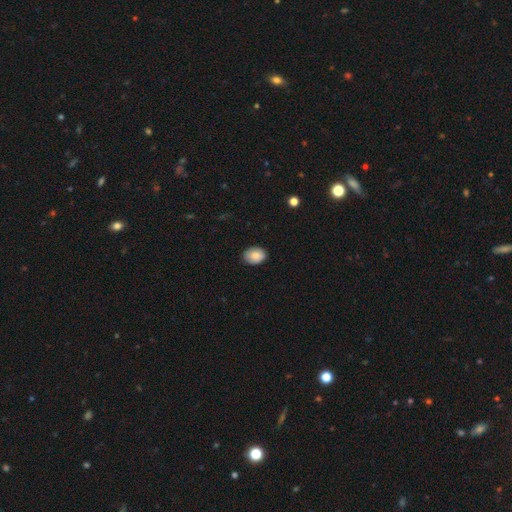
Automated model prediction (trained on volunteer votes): smooth-or-featured: smooth: 86% | star or artifact: 7% | featured or disk: 7%
  how-rounded: in between: 69% | round: 30% | cigar-shaped: 1%
  merging: none: 85% | minor disturbance: 12% | major disturbance: 2% | merger: 1%